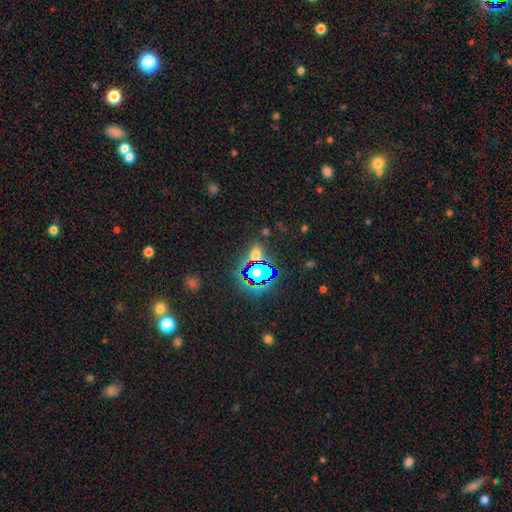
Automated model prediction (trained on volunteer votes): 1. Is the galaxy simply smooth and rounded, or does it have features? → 51% star or artifact, 39% smooth, 10% featured or disk.